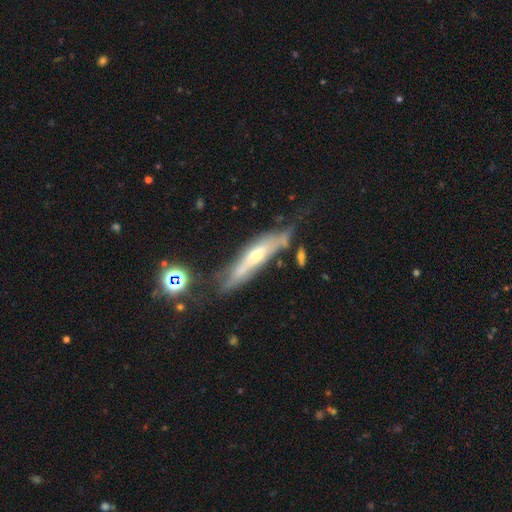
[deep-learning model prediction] Smooth or featured? Predicted: featured or disk (p=0.62). Edge-on disk? Predicted: yes (p=0.64). Merging? Predicted: none (p=0.40).